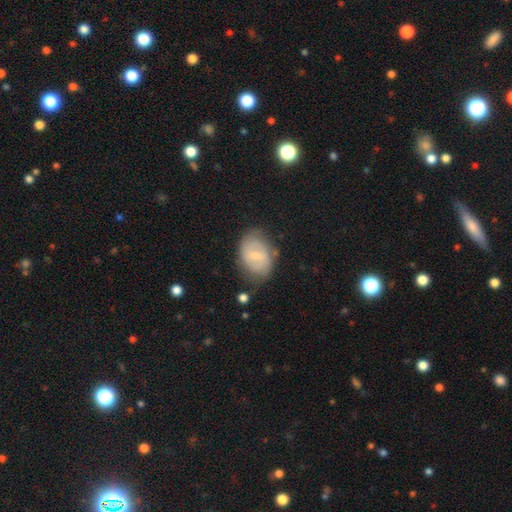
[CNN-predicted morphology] A featured or disk galaxy (55%) with a weak bar (55%), spiral arms (75%) and a small central bulge (65%).

Vote fractions:
- Smooth or featured? featured or disk: 55% / smooth: 38% / star or artifact: 7%
- Edge-on disk? no: 96% / yes: 4%
- Bar? weak: 55% / no: 31% / strong: 14%
- Spiral arms? yes: 75% / no: 25%
- Bulge size? small: 65% / moderate: 28% / none: 5% / large: 1% / dominant: 1%
- Merging? none: 64% / minor disturbance: 25% / major disturbance: 8% / merger: 3%